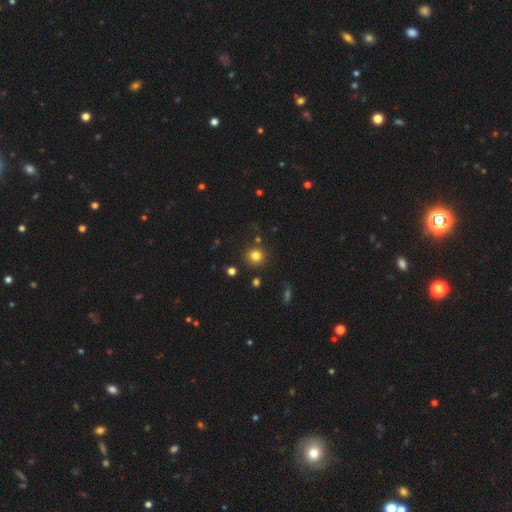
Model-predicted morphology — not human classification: type=smooth (80%); roundness=round (91%); merging=none (85%).